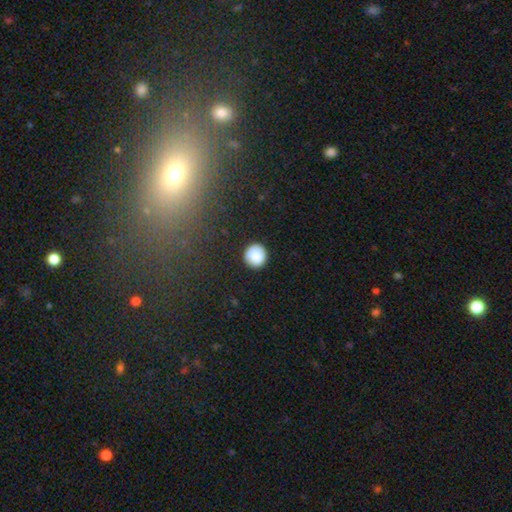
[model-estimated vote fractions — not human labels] Morphology: type=smooth (85%); roundness=round (92%); merging=none (86%).